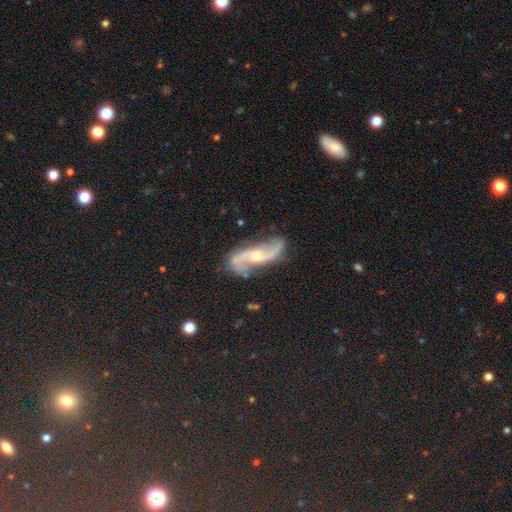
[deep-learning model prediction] The model was most divided on "bulge size": moderate: 49%, small: 42%, none: 4%, large: 4%, dominant: 1%. More confident: spiral arms — yes (97%); spiral arm count — 2 (94%); edge-on disk — no (94%); smooth or featured — featured or disk (86%); merging — none (75%); spiral winding — loose (66%); bar — no (52%).